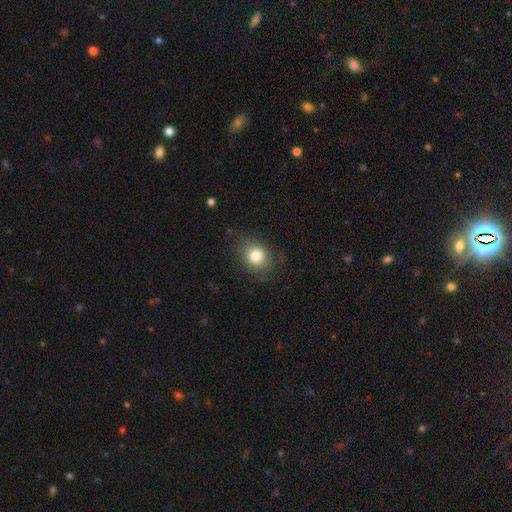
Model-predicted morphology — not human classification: smooth_or_featured: smooth (p=0.82) [alt: star or artifact p=0.11]
how_rounded: round (p=0.65) [alt: in between p=0.34]
merging: none (p=0.82) [alt: minor disturbance p=0.13]